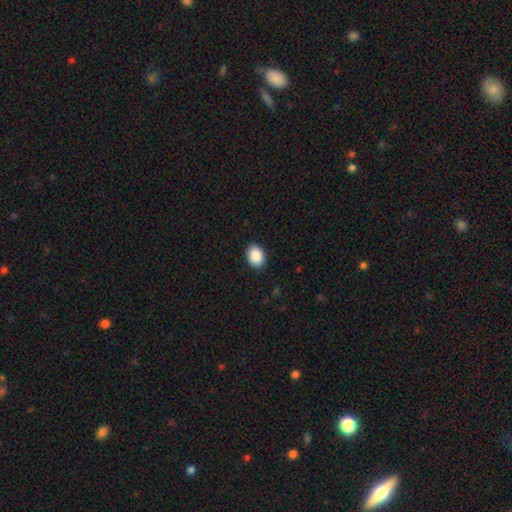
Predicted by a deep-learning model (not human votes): A smooth galaxy with no disk features (89%) that is in between round and cigar-shaped (76%). Merging: none (91%).